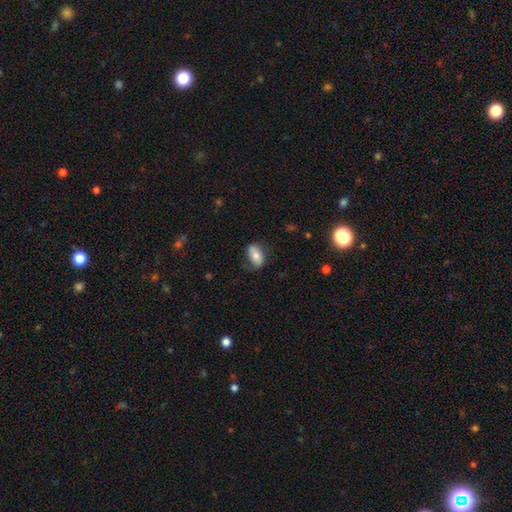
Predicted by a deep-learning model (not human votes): Smooth or featured?
  - smooth: 72% *
  - featured or disk: 21%
  - star or artifact: 7%
How rounded?
  - in between: 91% *
  - round: 5%
  - cigar-shaped: 3%
Merging?
  - none: 68% *
  - minor disturbance: 23%
  - major disturbance: 7%
  - merger: 2%